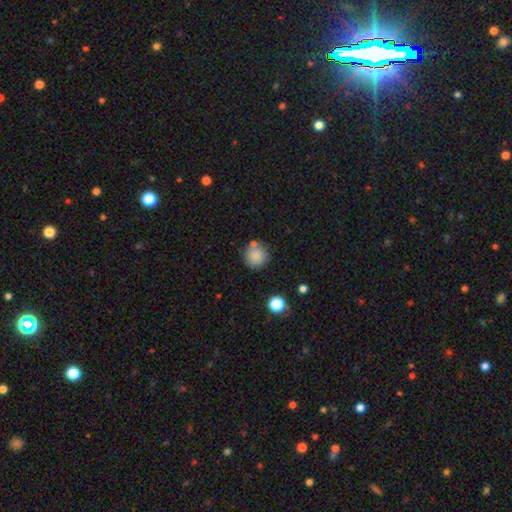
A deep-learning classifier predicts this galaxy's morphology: Overall: smooth (85%). How rounded: round (94%). Merging: none (75%).